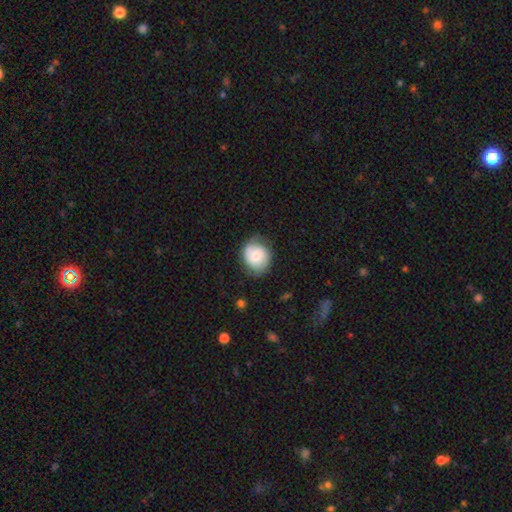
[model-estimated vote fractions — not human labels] Smooth or featured? smooth (55%)
How rounded? round (72%)
Merging? none (72%)